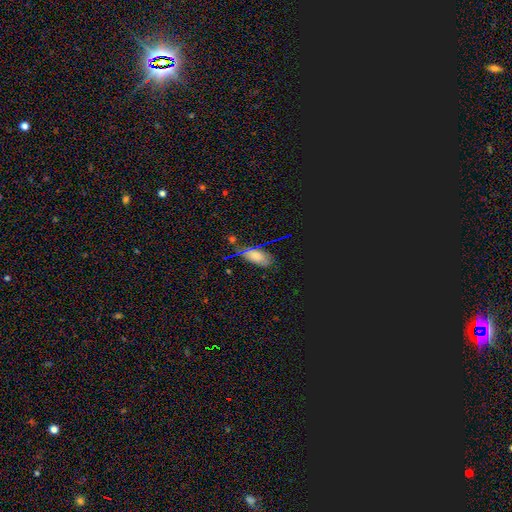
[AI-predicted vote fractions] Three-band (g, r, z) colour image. It shows a smooth galaxy with no disk features (54%) that is in between round and cigar-shaped (87%). Merging: none (70%).